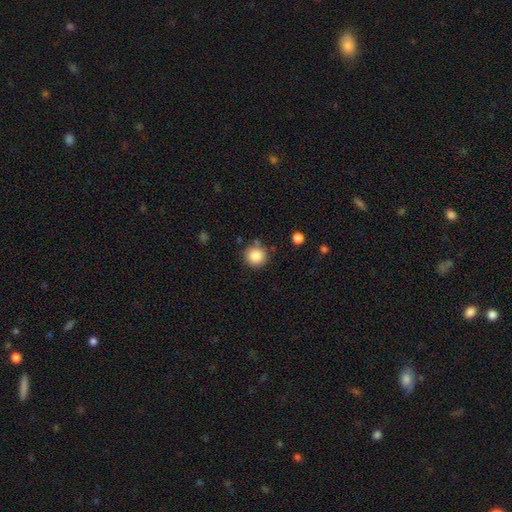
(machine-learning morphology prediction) Overall: smooth (86%). How rounded: round (93%). Merging: none (83%).